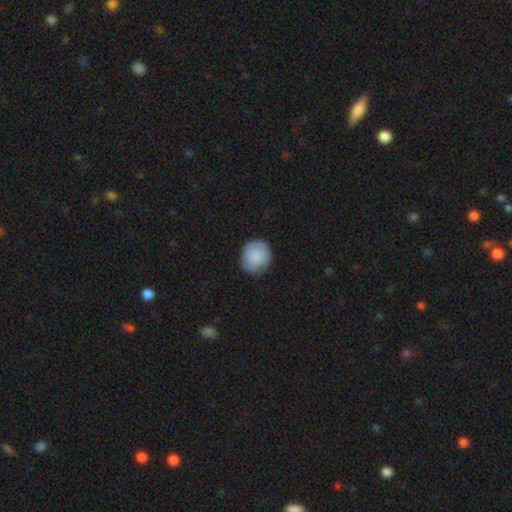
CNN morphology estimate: The model was most divided on "how rounded": round: 79%, in between: 20%, cigar-shaped: 1%. More confident: smooth or featured — smooth (87%); merging — none (81%).